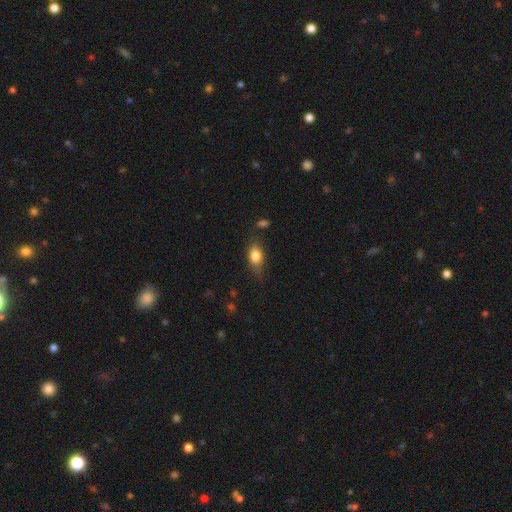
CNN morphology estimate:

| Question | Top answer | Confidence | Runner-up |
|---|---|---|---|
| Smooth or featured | smooth | 79% | featured or disk (13%) |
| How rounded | in between | 82% | round (11%) |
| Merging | none | 66% | minor disturbance (25%) |